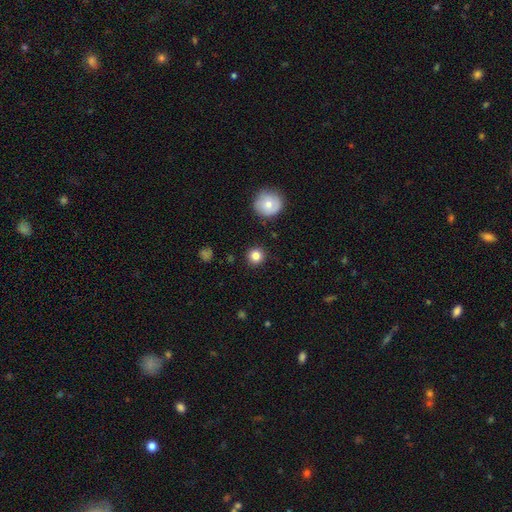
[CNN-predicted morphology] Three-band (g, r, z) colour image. It shows a smooth galaxy with no disk features (84%) that is round (94%). Merging: none (90%).